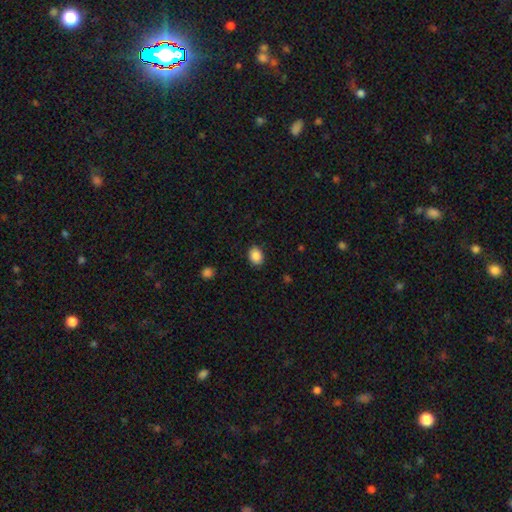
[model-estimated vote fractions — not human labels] This appears to be a smooth galaxy with no disk features (87%) that is in between round and cigar-shaped (63%). Merging: none (86%).